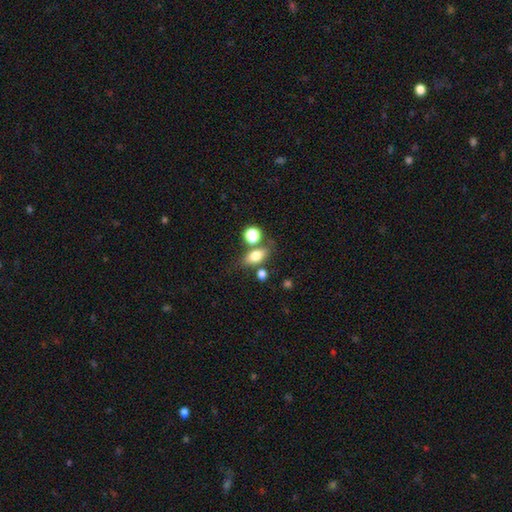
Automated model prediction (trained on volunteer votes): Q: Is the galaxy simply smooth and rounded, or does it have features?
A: smooth — 74%.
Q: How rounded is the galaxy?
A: in between — 73%.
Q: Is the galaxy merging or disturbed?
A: none — 64%.